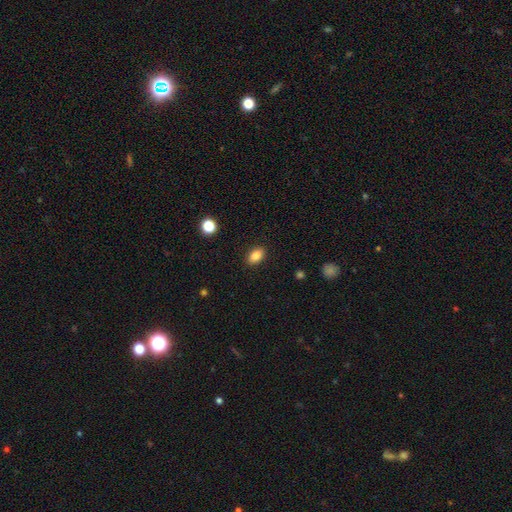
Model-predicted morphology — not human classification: Smooth or featured? smooth (86%)
How rounded? in between (87%)
Merging? none (89%)